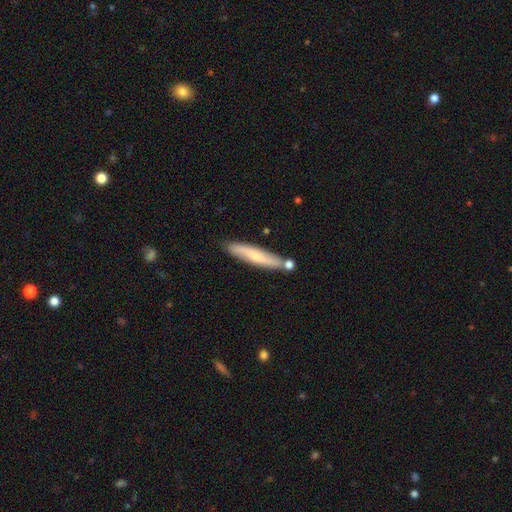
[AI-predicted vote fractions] Q: Smooth or featured?
A: smooth (53%); runner-up: featured or disk (41%)
Q: How rounded?
A: cigar-shaped (88%); runner-up: in between (11%)
Q: Merging?
A: none (75%); runner-up: minor disturbance (13%)